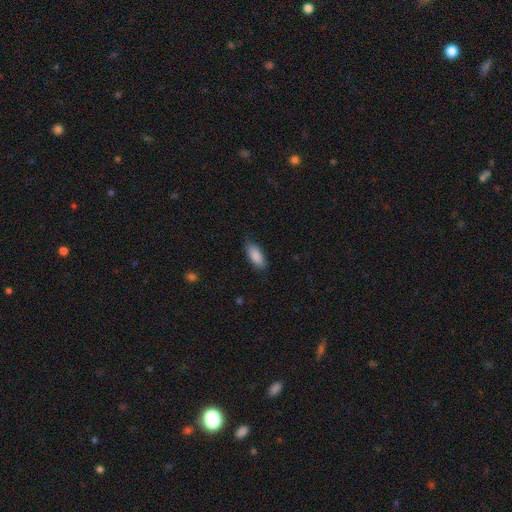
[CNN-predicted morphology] smooth-or-featured: smooth: 89% | star or artifact: 6% | featured or disk: 5%
  how-rounded: in between: 82% | cigar-shaped: 17% | round: 2%
  merging: none: 84% | minor disturbance: 13% | major disturbance: 3% | merger: 1%